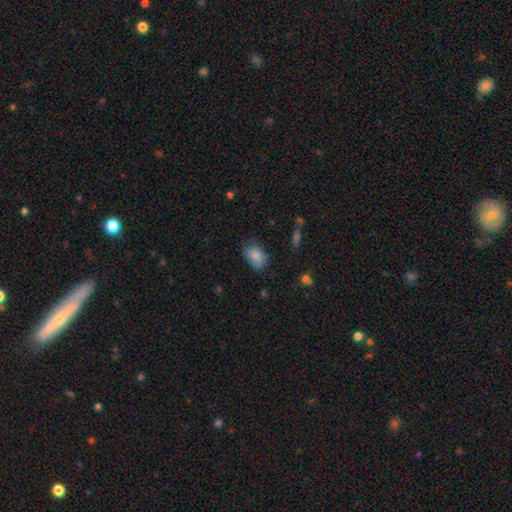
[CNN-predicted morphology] type=smooth (82%); roundness=in between (81%); merging=none (61%).